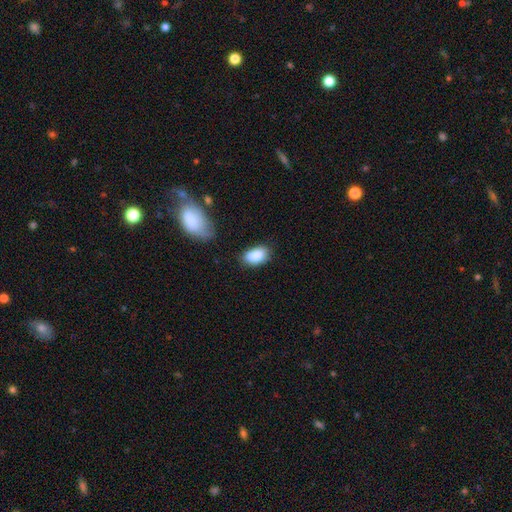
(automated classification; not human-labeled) smooth-or-featured: smooth: 86% | star or artifact: 7% | featured or disk: 7%
  how-rounded: in between: 92% | round: 6% | cigar-shaped: 2%
  merging: none: 66% | minor disturbance: 24% | merger: 5% | major disturbance: 5%